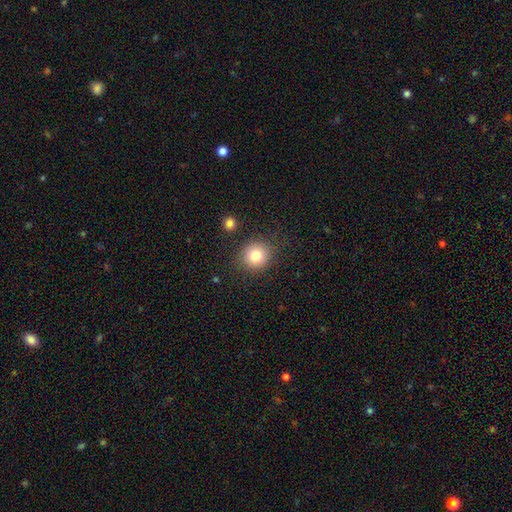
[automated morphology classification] type=smooth (81%); roundness=round (89%); merging=none (84%).